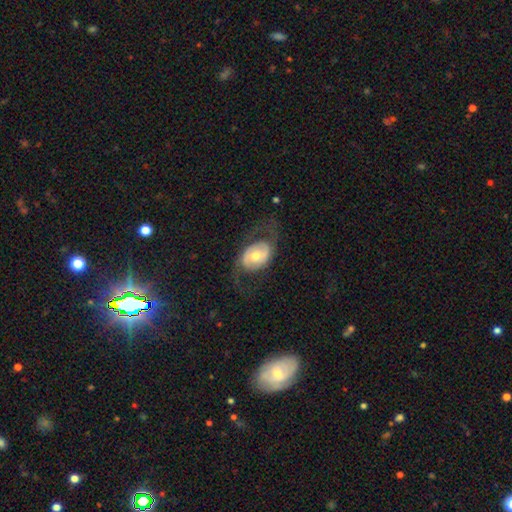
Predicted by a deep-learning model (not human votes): Morphology: type=featured or disk (65%); edge-on=no (94%); bar=no (61%); spiral arms=yes (68%); bulge=moderate (69%); merging=none (62%).